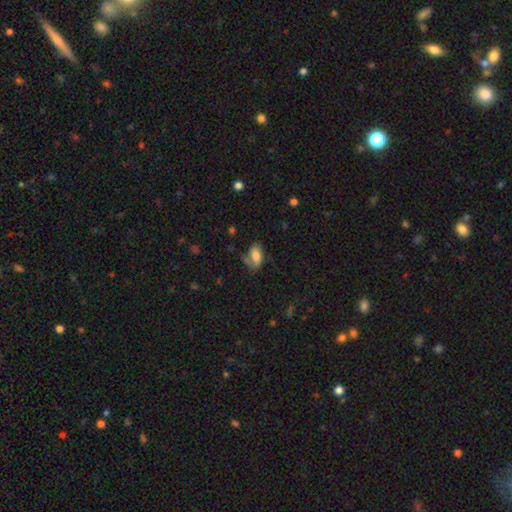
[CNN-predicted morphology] A smooth galaxy with no disk features (66%) that is in between round and cigar-shaped (90%). Merging: none (44%).